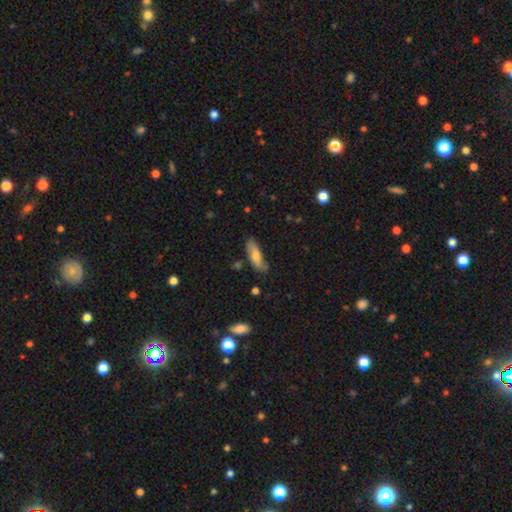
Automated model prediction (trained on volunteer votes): Smooth or featured?
  - smooth: 66% *
  - featured or disk: 27%
  - star or artifact: 6%
How rounded?
  - in between: 54% *
  - cigar-shaped: 44%
  - round: 2%
Merging?
  - none: 74% *
  - minor disturbance: 19%
  - major disturbance: 4%
  - merger: 2%